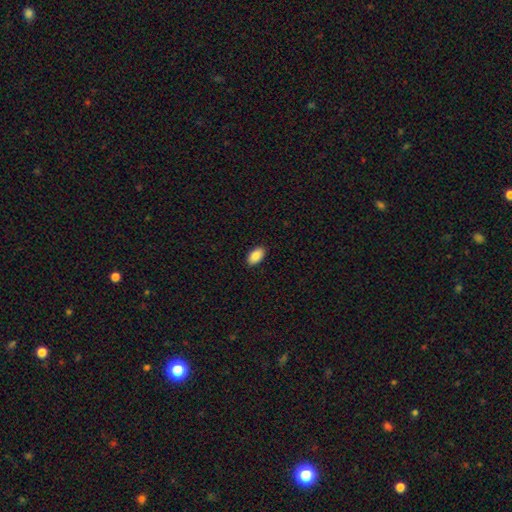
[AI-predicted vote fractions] Smooth or featured?
  - smooth: 89% *
  - star or artifact: 7%
  - featured or disk: 4%
How rounded?
  - in between: 94% *
  - round: 4%
  - cigar-shaped: 2%
Merging?
  - none: 90% *
  - minor disturbance: 7%
  - major disturbance: 2%
  - merger: 1%